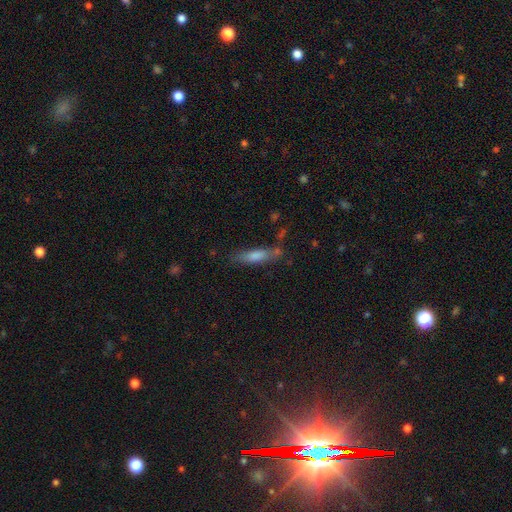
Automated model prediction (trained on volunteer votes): A smooth galaxy with no disk features (75%) that is cigar-shaped (67%). Merging: none (63%).